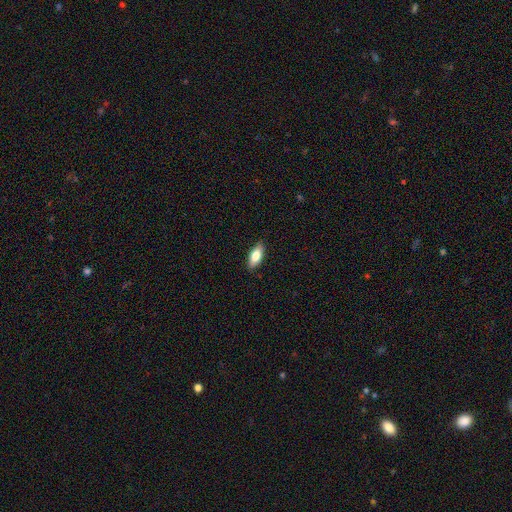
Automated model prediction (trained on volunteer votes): The model was most divided on "smooth or featured": smooth: 77%, featured or disk: 17%, star or artifact: 6%. More confident: merging — none (88%); how rounded — in between (80%).